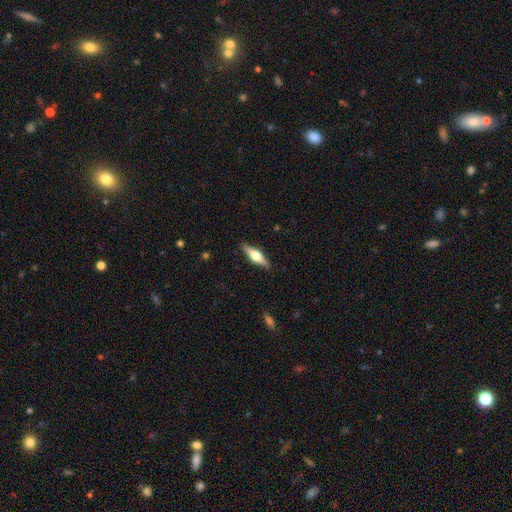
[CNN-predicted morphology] type=featured or disk (64%); edge-on=yes (96%); edge-on bulge=rounded (92%); merging=none (88%).